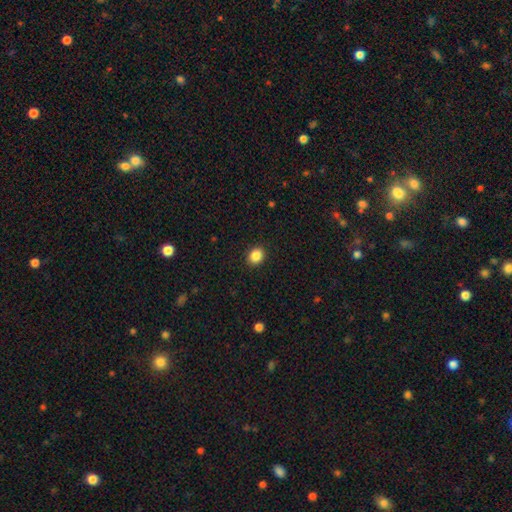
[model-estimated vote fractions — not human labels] smooth_or_featured: smooth (p=0.87) [alt: star or artifact p=0.09]
how_rounded: round (p=0.57) [alt: in between p=0.42]
merging: none (p=0.91) [alt: minor disturbance p=0.06]